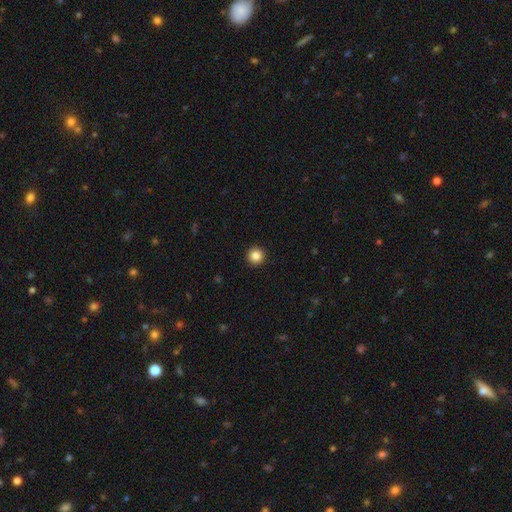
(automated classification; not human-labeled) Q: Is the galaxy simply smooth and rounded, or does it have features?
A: smooth — 85%.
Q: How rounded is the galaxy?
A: round — 96%.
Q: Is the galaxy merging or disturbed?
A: none — 93%.